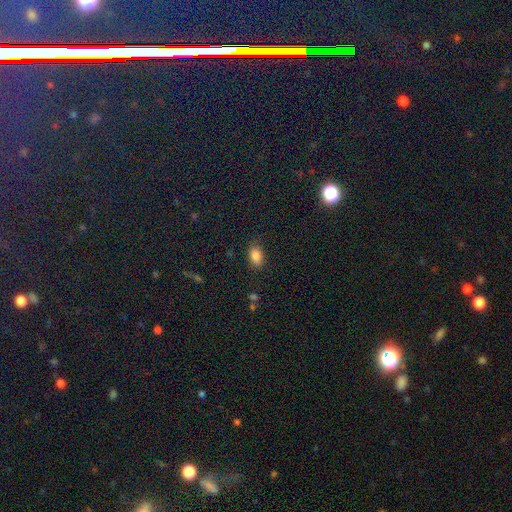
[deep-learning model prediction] Smooth or featured? Predicted: smooth (p=0.84). How rounded? Predicted: in between (p=0.86). Merging? Predicted: none (p=0.84).